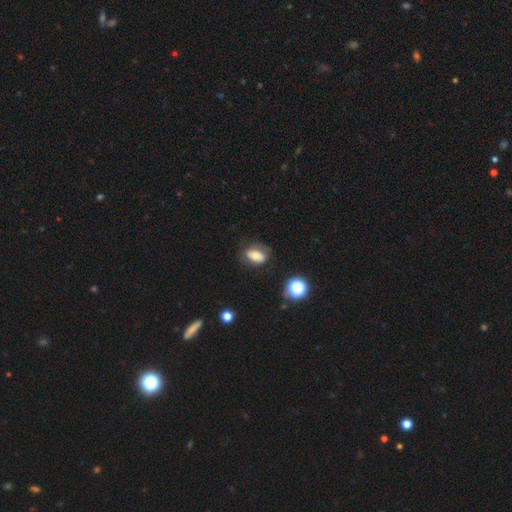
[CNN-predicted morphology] type=smooth (67%); roundness=in between (81%); merging=none (68%).